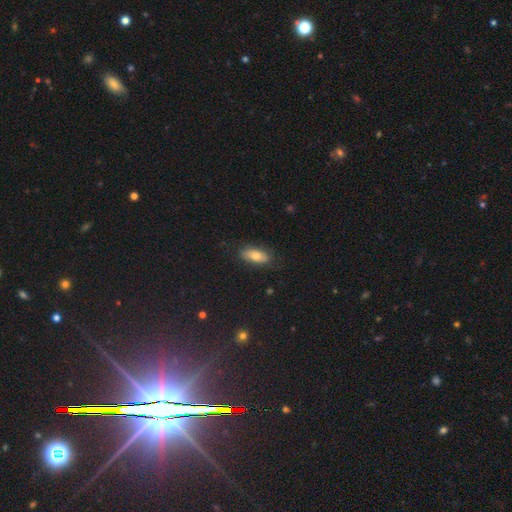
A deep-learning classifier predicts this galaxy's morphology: Smooth or featured? smooth (76%)
How rounded? in between (83%)
Merging? none (78%)